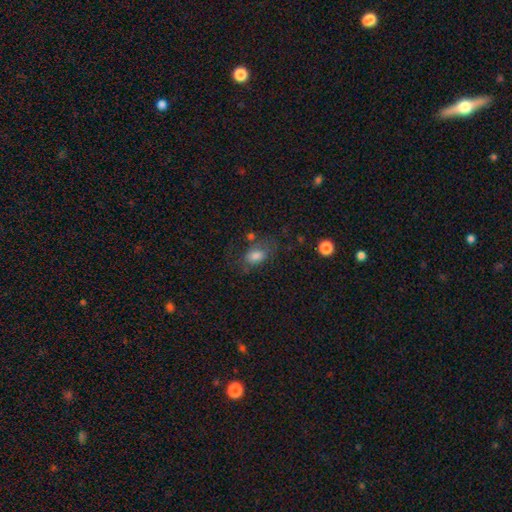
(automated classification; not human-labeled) Smooth or featured?
  - smooth: 73% *
  - featured or disk: 16%
  - star or artifact: 11%
How rounded?
  - in between: 82% *
  - round: 15%
  - cigar-shaped: 3%
Merging?
  - none: 51% *
  - minor disturbance: 24%
  - major disturbance: 19%
  - merger: 7%